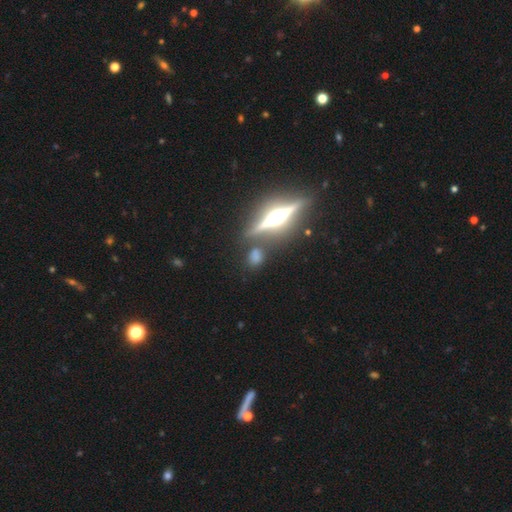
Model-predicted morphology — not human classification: type=featured or disk (58%); edge-on=yes (91%); edge-on bulge=rounded (86%); merging=none (79%).